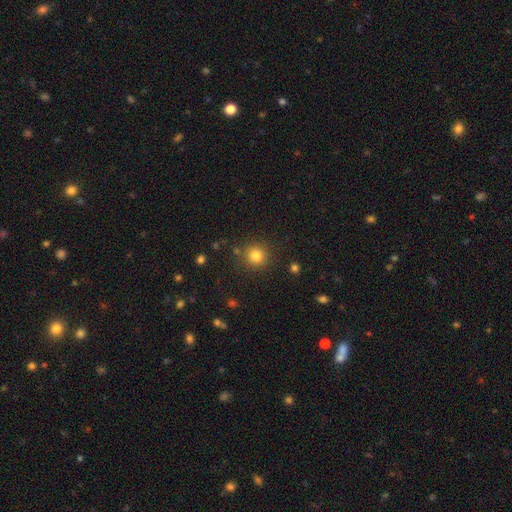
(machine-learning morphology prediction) smooth_or_featured: smooth (p=0.82) [alt: star or artifact p=0.13]
how_rounded: round (p=0.92) [alt: in between p=0.07]
merging: none (p=0.85) [alt: minor disturbance p=0.08]